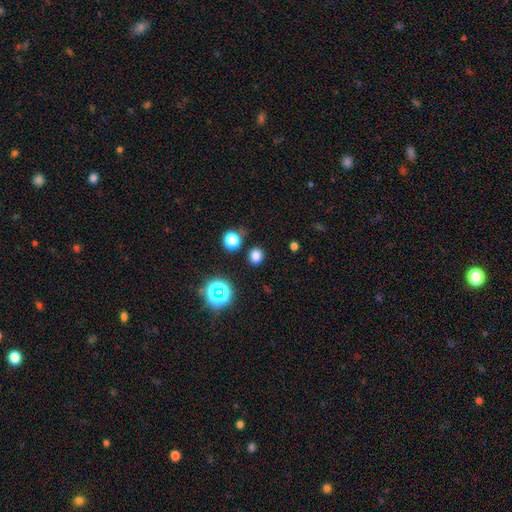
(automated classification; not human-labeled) Smooth or featured? Predicted: smooth (p=0.77). How rounded? Predicted: round (p=0.78). Merging? Predicted: none (p=0.87).